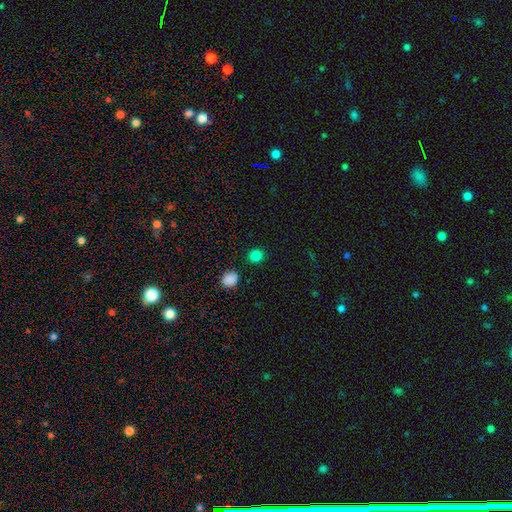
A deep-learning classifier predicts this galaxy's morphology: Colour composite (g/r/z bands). It shows a smooth galaxy with no disk features (83%) that is round (88%). Merging: none (88%).